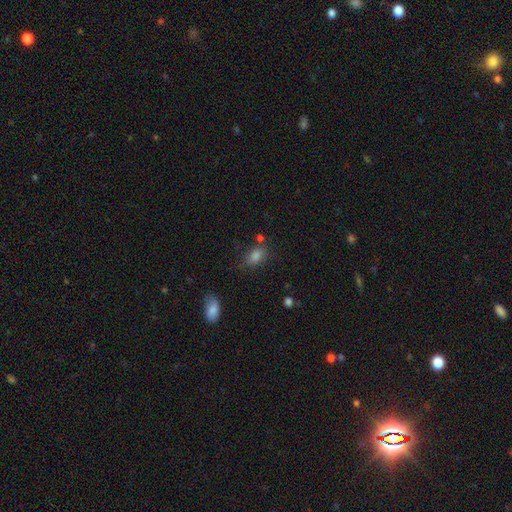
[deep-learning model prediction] smooth_or_featured: smooth (p=0.79) [alt: star or artifact p=0.14]
how_rounded: in between (p=0.81) [alt: round p=0.16]
merging: none (p=0.68) [alt: minor disturbance p=0.19]